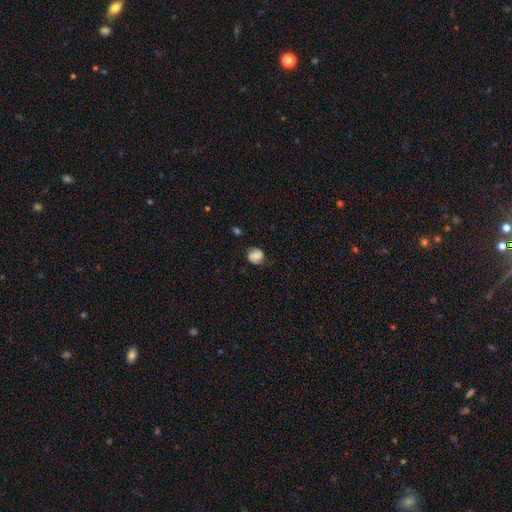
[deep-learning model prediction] This appears to be a smooth galaxy with no disk features (62%) that is round (67%). Merging: none (63%).